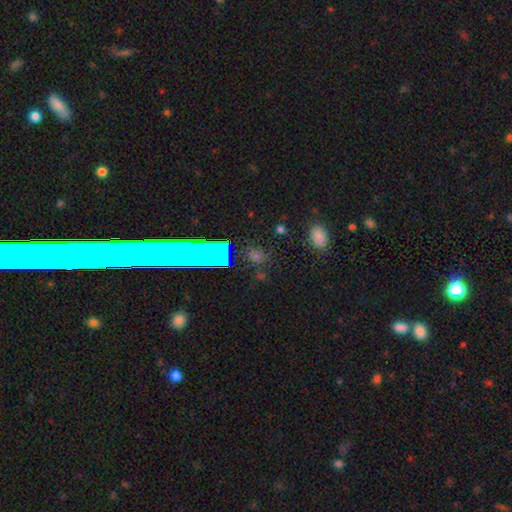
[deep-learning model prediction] smooth-or-featured: smooth: 48% | star or artifact: 34% | featured or disk: 18%
  merging: none: 79% | minor disturbance: 12% | major disturbance: 5% | merger: 4%